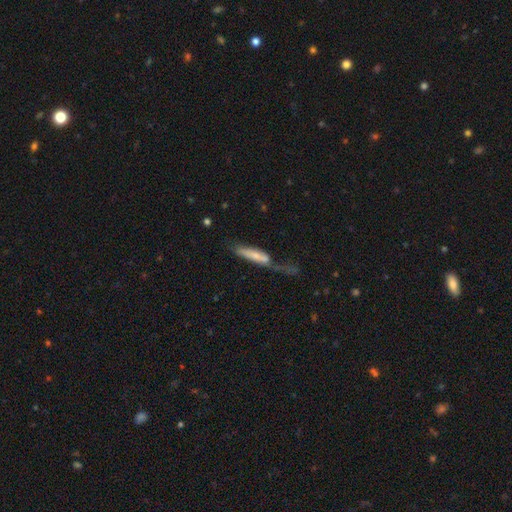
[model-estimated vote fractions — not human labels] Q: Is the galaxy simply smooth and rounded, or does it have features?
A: smooth — 60%.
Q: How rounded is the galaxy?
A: cigar-shaped — 73%.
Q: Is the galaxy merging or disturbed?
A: major disturbance — 31%.